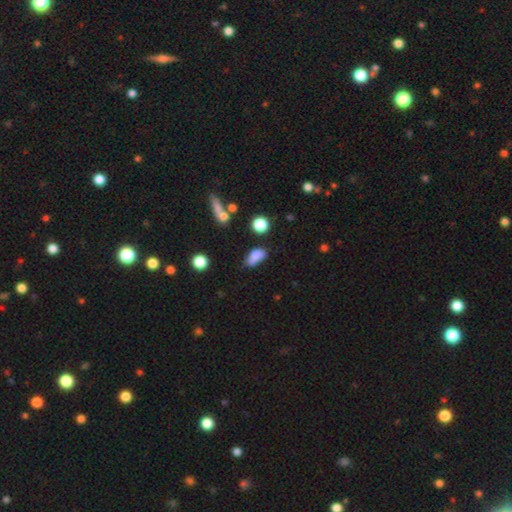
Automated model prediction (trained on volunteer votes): Q: Smooth or featured?
A: smooth (75%); runner-up: featured or disk (13%)
Q: How rounded?
A: in between (81%); runner-up: round (10%)
Q: Merging?
A: none (37%); runner-up: minor disturbance (33%)